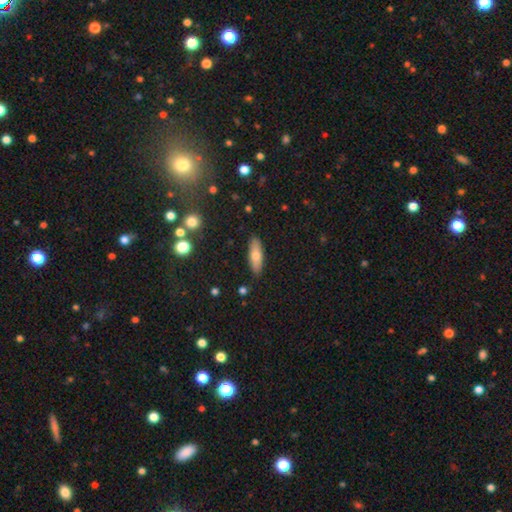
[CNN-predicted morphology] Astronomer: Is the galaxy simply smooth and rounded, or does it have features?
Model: smooth — 69%.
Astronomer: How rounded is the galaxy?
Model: in between — 55% (runner-up: cigar-shaped, 43%).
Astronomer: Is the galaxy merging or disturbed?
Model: none — 88%.